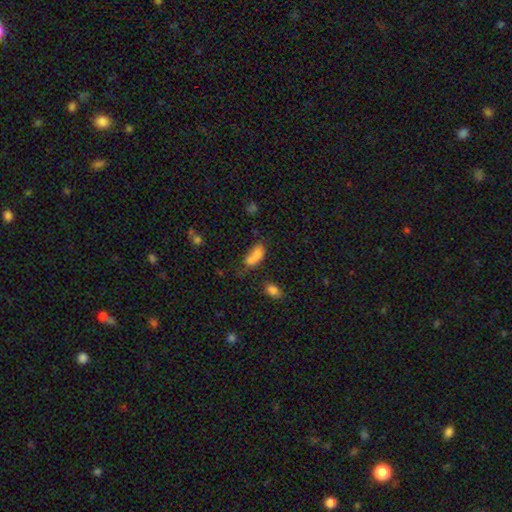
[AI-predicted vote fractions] smooth-or-featured: smooth: 71% | featured or disk: 17% | star or artifact: 11%
  how-rounded: in between: 73% | round: 22% | cigar-shaped: 5%
  merging: merger: 62% | none: 22% | minor disturbance: 10% | major disturbance: 6%